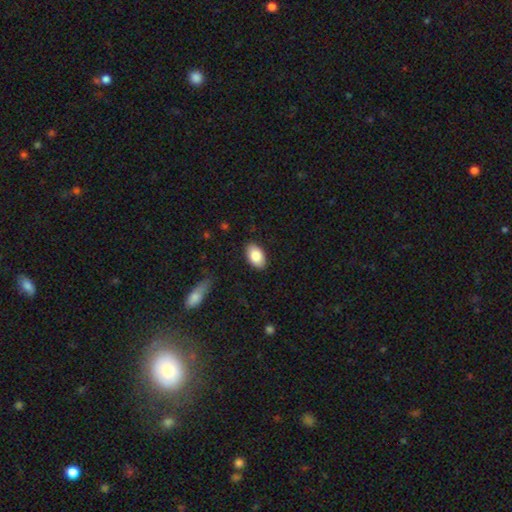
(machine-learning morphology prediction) Q: Smooth or featured?
A: smooth (86%); runner-up: featured or disk (8%)
Q: How rounded?
A: in between (93%); runner-up: round (5%)
Q: Merging?
A: none (87%); runner-up: minor disturbance (10%)